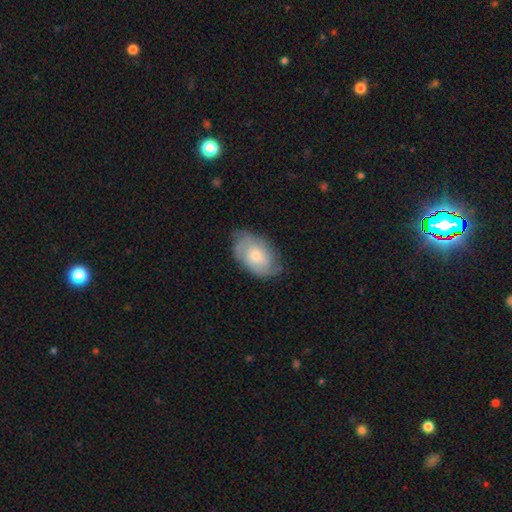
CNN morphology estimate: type=featured or disk (52%); edge-on=no (94%); merging=none (69%).